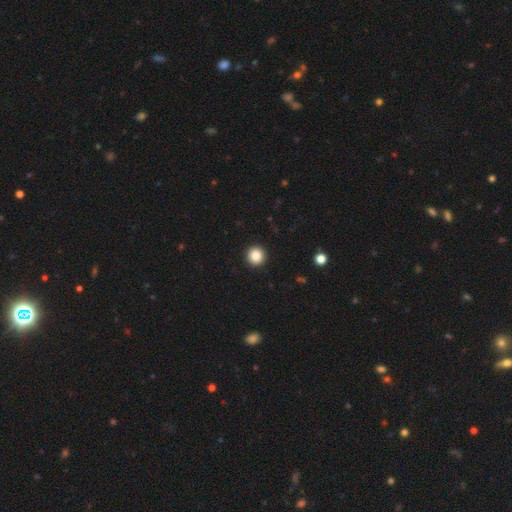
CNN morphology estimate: The model was most divided on "smooth or featured": smooth: 87%, star or artifact: 9%, featured or disk: 4%. More confident: how rounded — round (96%); merging — none (93%).